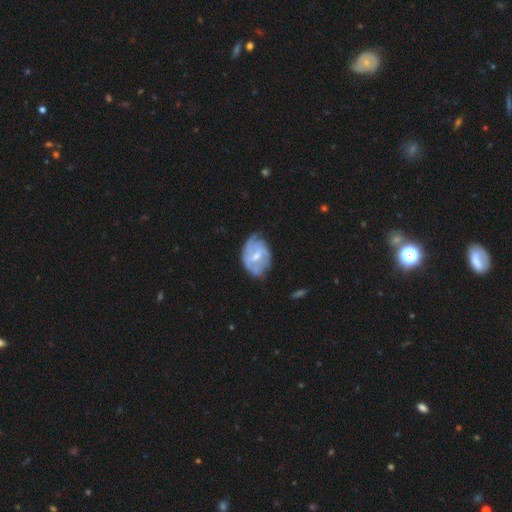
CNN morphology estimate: Q: Smooth or featured?
A: featured or disk (75%); runner-up: smooth (20%)
Q: Edge-on disk?
A: no (97%); runner-up: yes (3%)
Q: Bar?
A: weak (58%); runner-up: no (23%)
Q: Spiral arms?
A: yes (86%); runner-up: no (14%)
Q: Spiral winding?
A: tight (45%); runner-up: medium (38%)
Q: Spiral arm count?
A: 2 (36%); runner-up: can't tell (33%)
Q: Bulge size?
A: moderate (47%); runner-up: small (43%)
Q: Merging?
A: none (50%); runner-up: minor disturbance (33%)